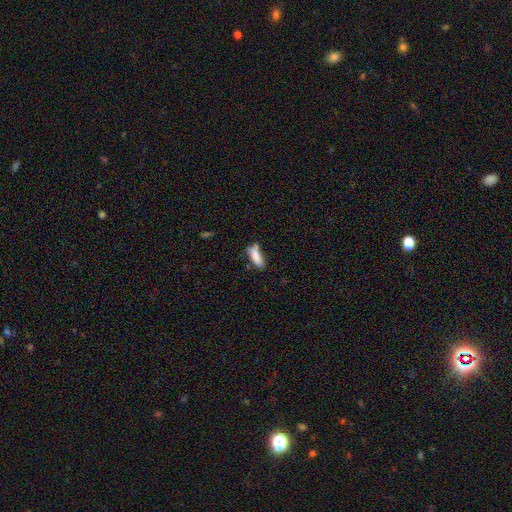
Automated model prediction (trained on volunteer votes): The model was most divided on "how rounded": in between: 59%, cigar-shaped: 39%, round: 2%. Remaining: smooth or featured — smooth (81%); merging — none (49%).